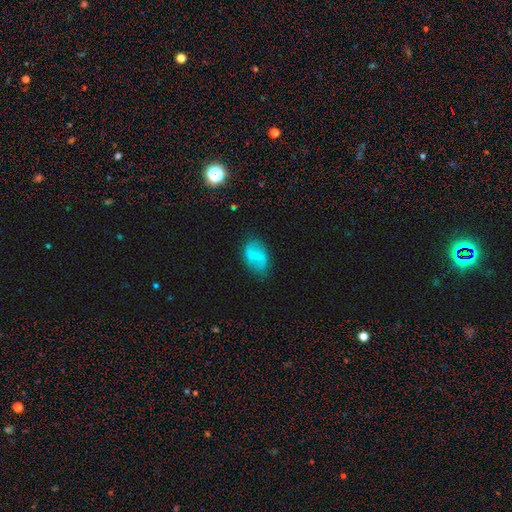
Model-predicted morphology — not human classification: smooth-or-featured: smooth: 49% | featured or disk: 43% | star or artifact: 9%
  merging: none: 74% | minor disturbance: 18% | major disturbance: 7% | merger: 2%